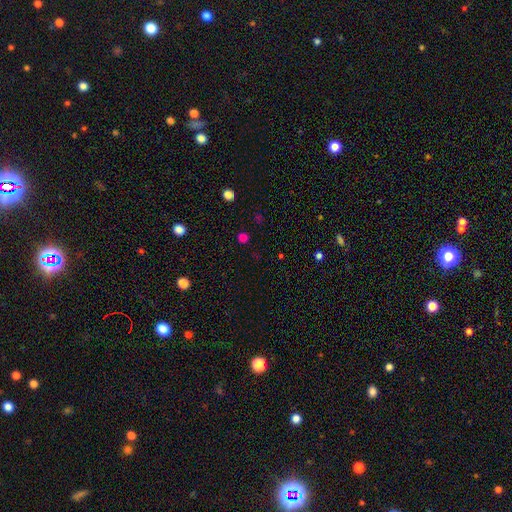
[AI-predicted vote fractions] Smooth or featured? Predicted: smooth (p=0.55). How rounded? Predicted: round (p=0.86). Merging? Predicted: none (p=0.86).